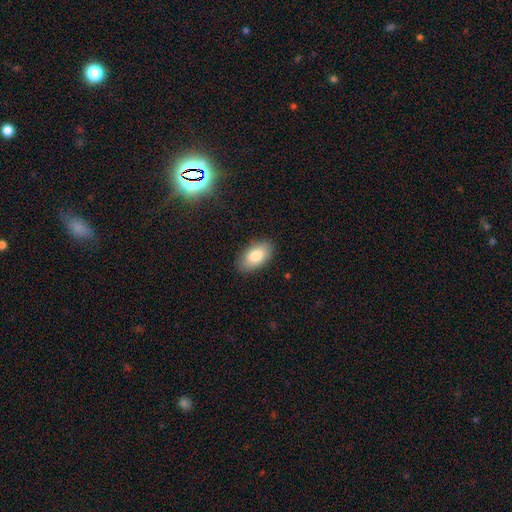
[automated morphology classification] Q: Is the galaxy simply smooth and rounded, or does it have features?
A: smooth — 83%.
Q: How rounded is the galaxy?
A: in between — 94%.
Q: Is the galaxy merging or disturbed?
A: none — 87%.